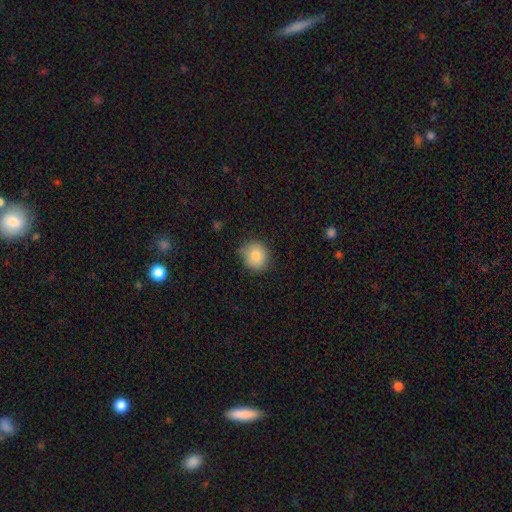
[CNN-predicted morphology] The model was most divided on "merging": none: 75%, minor disturbance: 20%, major disturbance: 3%, merger: 2%. More confident: smooth or featured — smooth (83%); how rounded — round (81%).